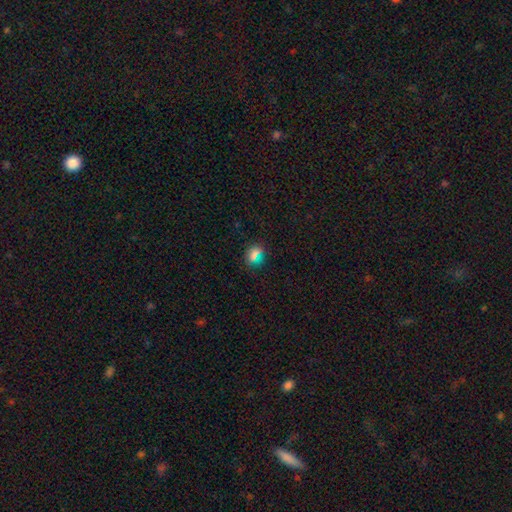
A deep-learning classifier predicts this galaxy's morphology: Smooth or featured?
  - smooth: 71% *
  - star or artifact: 21%
  - featured or disk: 8%
How rounded?
  - round: 60% *
  - in between: 35%
  - cigar-shaped: 4%
Merging?
  - none: 84% *
  - minor disturbance: 10%
  - major disturbance: 3%
  - merger: 3%